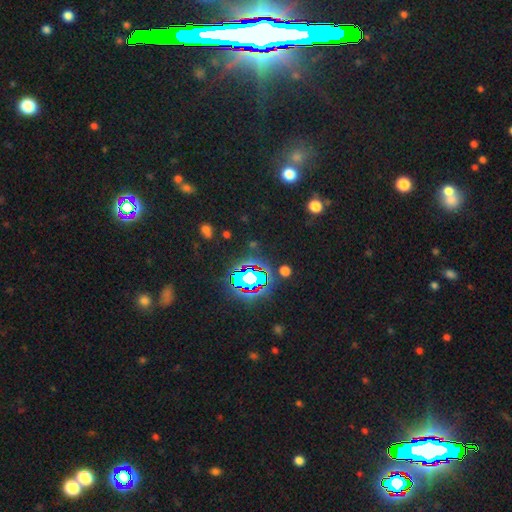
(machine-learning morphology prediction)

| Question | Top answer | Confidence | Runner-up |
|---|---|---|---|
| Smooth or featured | star or artifact | 80% | smooth (10%) |